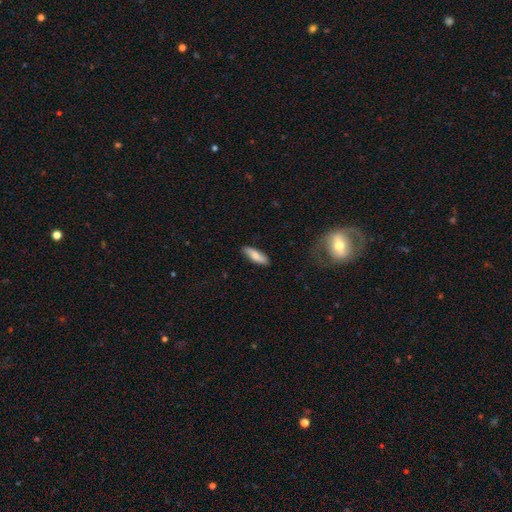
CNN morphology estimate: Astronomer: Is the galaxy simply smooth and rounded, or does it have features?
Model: smooth — 80%.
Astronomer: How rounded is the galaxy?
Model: cigar-shaped — 52% (runner-up: in between, 46%).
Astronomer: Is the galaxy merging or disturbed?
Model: none — 86%.